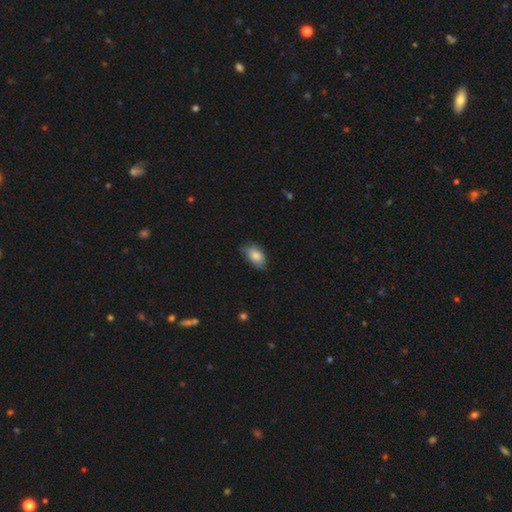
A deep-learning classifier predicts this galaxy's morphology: A smooth galaxy with no disk features (84%) that is in between round and cigar-shaped (91%).

Vote fractions:
- Smooth or featured? smooth: 84% / featured or disk: 10% / star or artifact: 7%
- How rounded? in between: 91% / round: 7% / cigar-shaped: 2%
- Merging? none: 67% / minor disturbance: 27% / major disturbance: 5% / merger: 1%